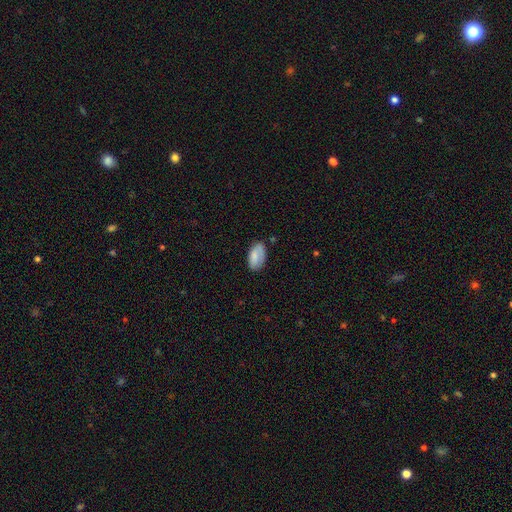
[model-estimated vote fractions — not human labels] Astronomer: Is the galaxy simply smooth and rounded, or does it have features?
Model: smooth — 78%.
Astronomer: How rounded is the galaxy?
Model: in between — 94%.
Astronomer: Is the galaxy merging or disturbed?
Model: none — 71%.